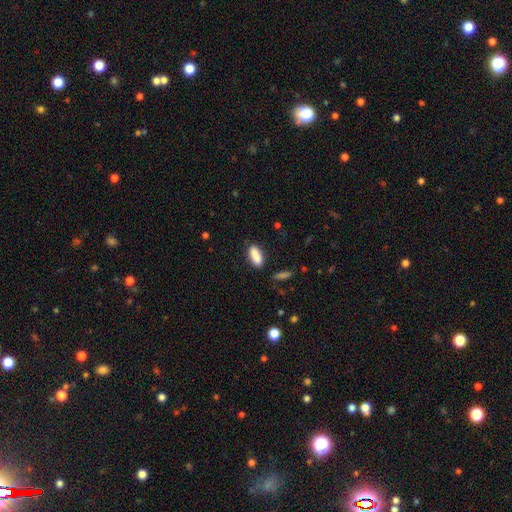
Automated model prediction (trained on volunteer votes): The model was most divided on "how rounded": in between: 65%, cigar-shaped: 33%, round: 2%. More confident: smooth or featured — smooth (87%); merging — none (84%).